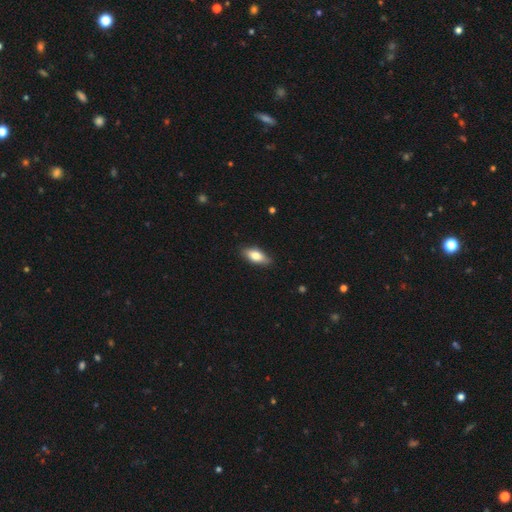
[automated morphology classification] Smooth or featured? smooth (76%)
How rounded? in between (83%)
Merging? none (85%)